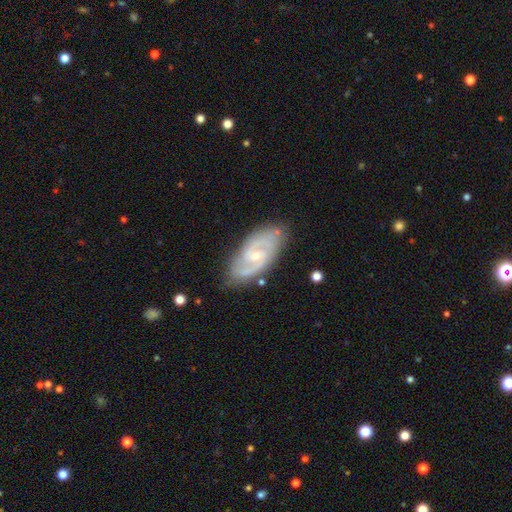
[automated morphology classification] featured or disk 86%, smooth 8%, star or artifact 5%. Down the decision tree: edge-on disk — no (96%); bar — weak (46%); spiral arms — yes (97%); spiral arm count — 2 (81%); spiral winding — medium (51%); bulge size — small (71%); merging — none (78%).